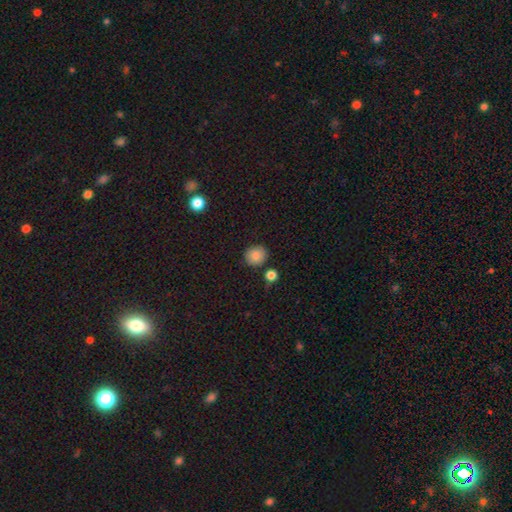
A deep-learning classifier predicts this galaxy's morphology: This appears to be a smooth galaxy with no disk features (85%) that is round (86%). Merging: none (83%).